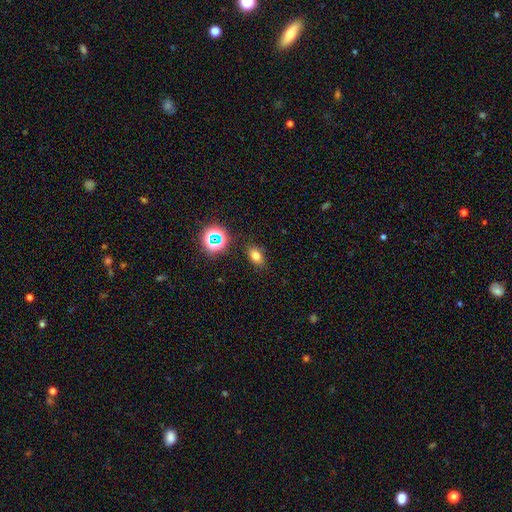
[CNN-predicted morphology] A smooth galaxy with no disk features (73%) that is in between round and cigar-shaped (80%). Merging: none (85%).